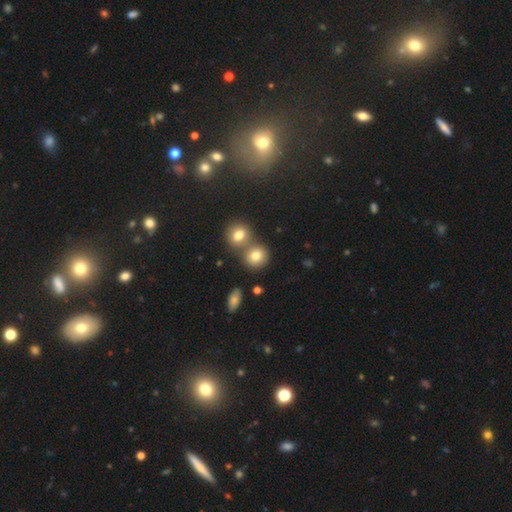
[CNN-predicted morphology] This appears to be a smooth galaxy with no disk features (77%) that is round (80%). Merging: none (51%).